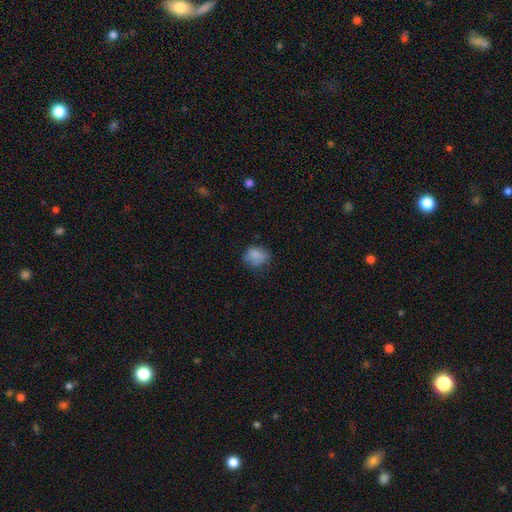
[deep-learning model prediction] Overall: smooth (82%). How rounded: in between (49%, tied with round). Merging: none (63%; minor disturbance 27%).